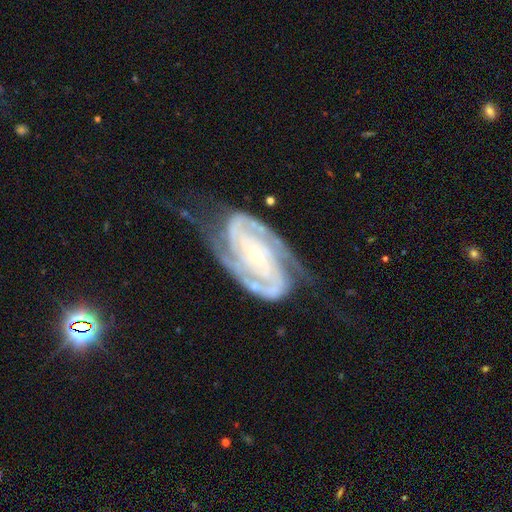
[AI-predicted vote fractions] smooth_or_featured: featured or disk (p=0.93) [alt: star or artifact p=0.05]
disk_edge_on: no (p=0.97) [alt: yes p=0.03]
bar: no (p=0.54) [alt: weak p=0.24]
has_spiral_arms: yes (p=0.98) [alt: no p=0.02]
spiral_winding: tight (p=0.57) [alt: medium p=0.37]
spiral_arm_count: 2 (p=0.85) [alt: 3 p=0.05]
bulge_size: small (p=0.79) [alt: moderate p=0.15]
merging: none (p=0.66) [alt: minor disturbance p=0.19]